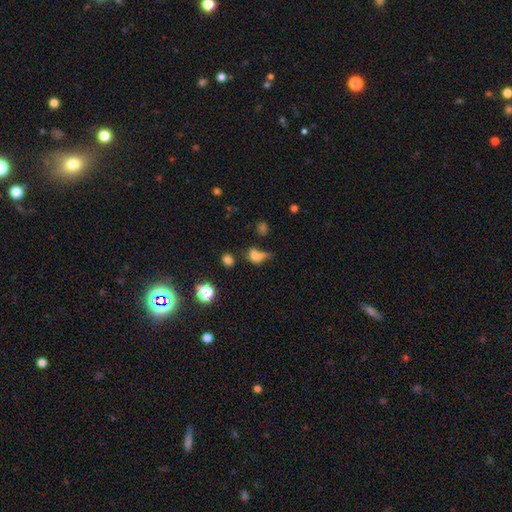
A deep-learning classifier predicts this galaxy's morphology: Smooth or featured: smooth — 65% (star or artifact — 20%)
How rounded: in between — 58% (round — 33%)
Merging: none — 34% (major disturbance — 25%)